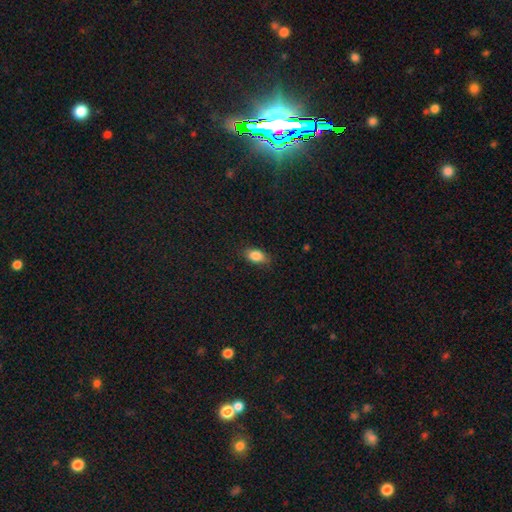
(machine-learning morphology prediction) Overall: smooth (84%). How rounded: in between (85%). Merging: none (81%).